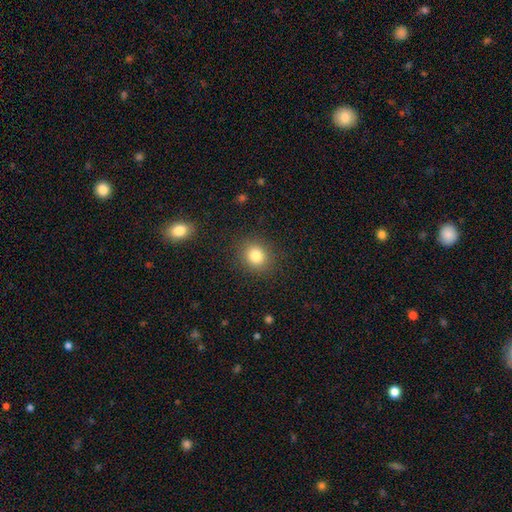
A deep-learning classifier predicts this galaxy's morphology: A smooth galaxy with no disk features (82%) that is round (76%).

Vote fractions:
- Smooth or featured? smooth: 82% / star or artifact: 11% / featured or disk: 7%
- How rounded? round: 76% / in between: 23% / cigar-shaped: 1%
- Merging? none: 87% / minor disturbance: 8% / major disturbance: 3% / merger: 1%